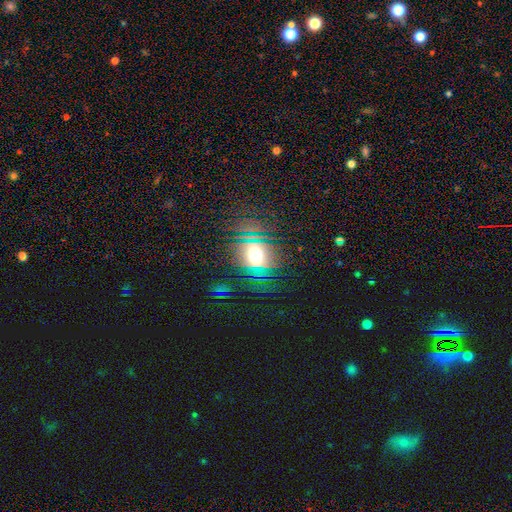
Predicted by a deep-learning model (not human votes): Smooth or featured? Predicted: smooth (p=0.41). Merging? Predicted: none (p=0.77).